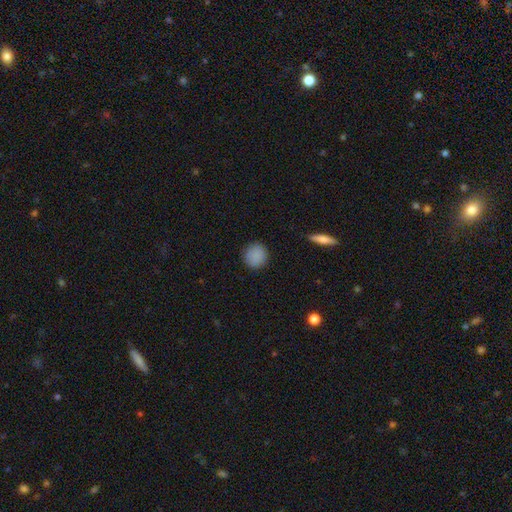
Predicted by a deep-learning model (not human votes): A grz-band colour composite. It shows a smooth galaxy with no disk features (88%) that is round (90%). Merging: none (89%).